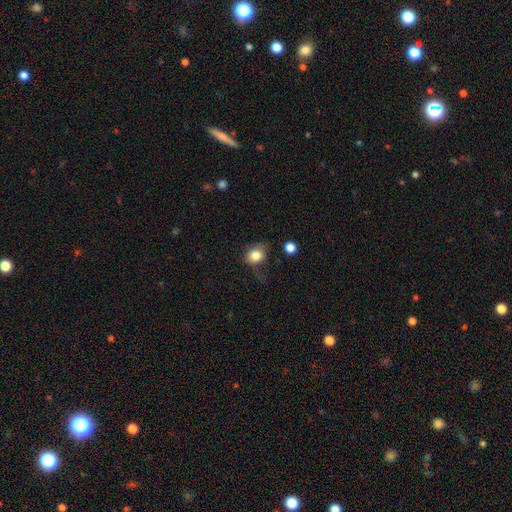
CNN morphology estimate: A smooth galaxy with no disk features (80%) that is round (60%).

Vote fractions:
- Smooth or featured? smooth: 80% / featured or disk: 10% / star or artifact: 9%
- How rounded? round: 60% / in between: 39% / cigar-shaped: 1%
- Merging? none: 49% / minor disturbance: 28% / major disturbance: 19% / merger: 3%